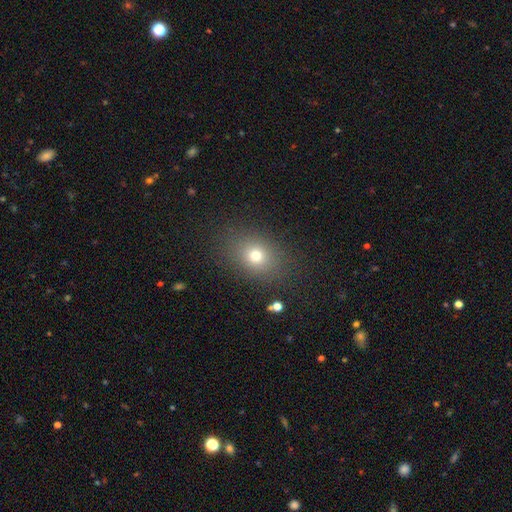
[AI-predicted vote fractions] Smooth or featured: smooth — 73% (star or artifact — 16%)
How rounded: in between — 56% (round — 43%)
Merging: none — 83% (minor disturbance — 10%)